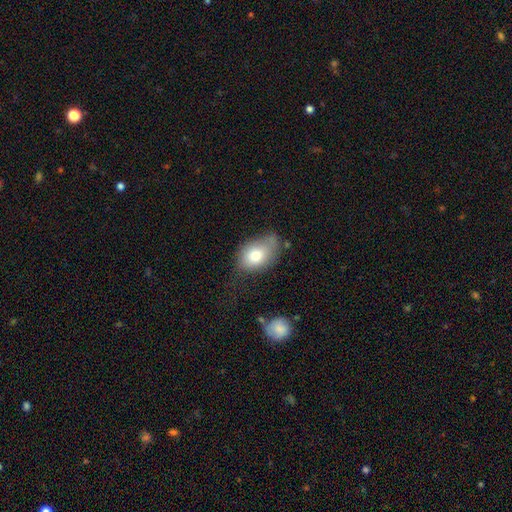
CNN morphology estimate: A smooth galaxy with no disk features (74%) that is in between round and cigar-shaped (79%). Merging: none (42%).